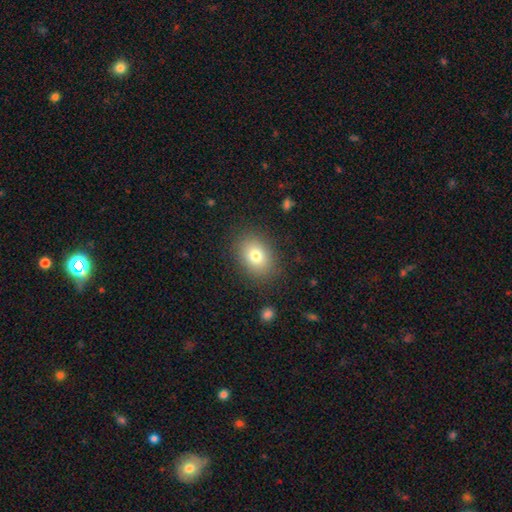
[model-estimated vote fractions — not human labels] This is likely a smooth galaxy (78%). How rounded: possibly in between (59%). Merging: clearly none (86%).